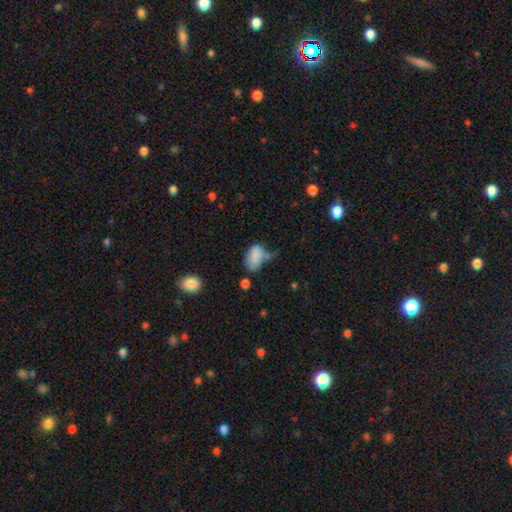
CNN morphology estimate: Q: Smooth or featured?
A: smooth (81%); runner-up: featured or disk (9%)
Q: How rounded?
A: in between (90%); runner-up: round (8%)
Q: Merging?
A: none (32%); runner-up: minor disturbance (31%)